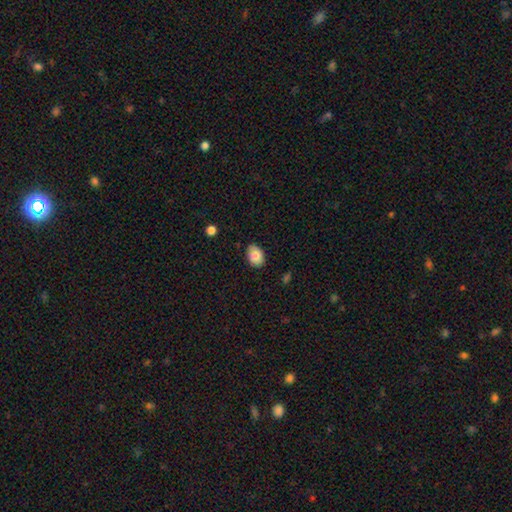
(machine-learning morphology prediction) Overall: smooth (87%). How rounded: in between (79%). Merging: none (75%).